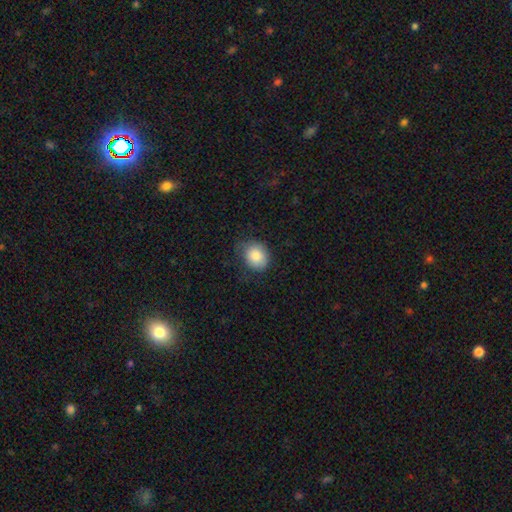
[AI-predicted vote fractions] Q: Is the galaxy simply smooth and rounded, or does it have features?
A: smooth — 84%.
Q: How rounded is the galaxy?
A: round — 59%.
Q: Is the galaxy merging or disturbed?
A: none — 66%.